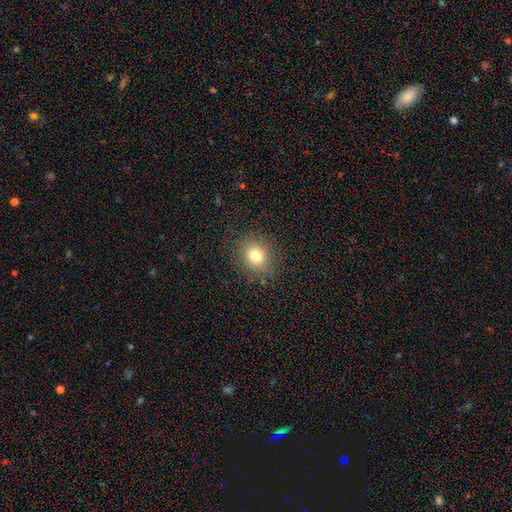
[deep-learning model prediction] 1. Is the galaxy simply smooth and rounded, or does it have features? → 76% smooth, 14% star or artifact, 9% featured or disk.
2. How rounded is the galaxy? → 76% round, 23% in between, 1% cigar-shaped.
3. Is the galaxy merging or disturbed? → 84% none, 11% minor disturbance, 4% major disturbance, 1% merger.